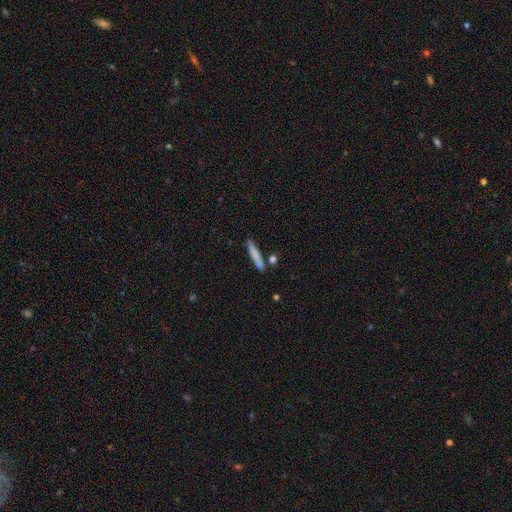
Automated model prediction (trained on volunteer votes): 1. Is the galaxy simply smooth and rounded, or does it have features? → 76% smooth, 18% featured or disk, 6% star or artifact.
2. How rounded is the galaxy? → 90% cigar-shaped, 9% in between, 2% round.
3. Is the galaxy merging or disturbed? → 77% none, 12% minor disturbance, 8% merger, 3% major disturbance.